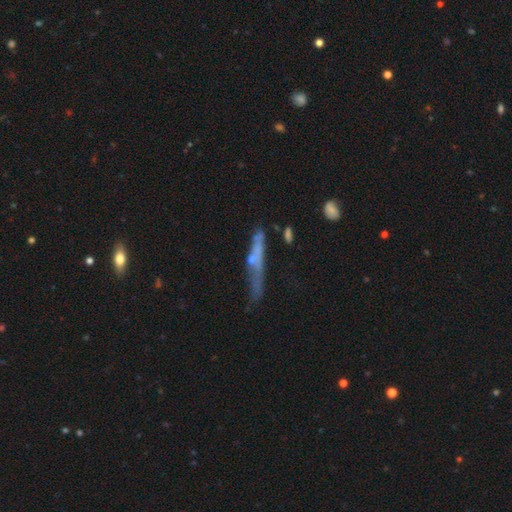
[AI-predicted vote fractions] This appears to be a featured or disk galaxy (47%). Merging: none (47%).